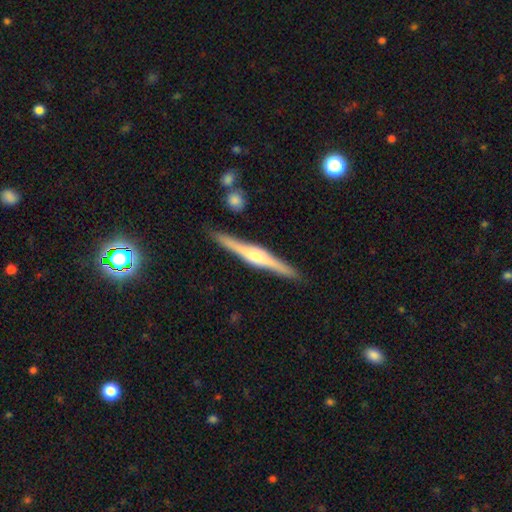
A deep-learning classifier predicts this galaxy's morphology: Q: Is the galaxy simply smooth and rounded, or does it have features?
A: featured or disk — 80%.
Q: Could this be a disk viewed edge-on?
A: yes — 98%.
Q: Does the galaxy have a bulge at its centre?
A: rounded — 84%.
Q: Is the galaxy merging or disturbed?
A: none — 91%.